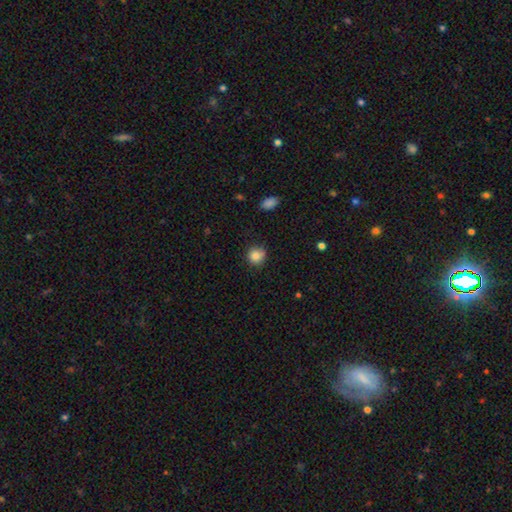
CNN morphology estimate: A smooth galaxy with no disk features (84%) that is round (88%). Merging: none (78%).